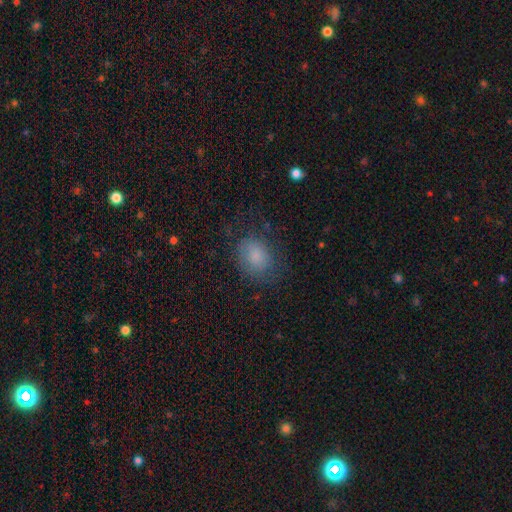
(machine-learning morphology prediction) The model was most divided on "how rounded": in between: 57%, round: 42%, cigar-shaped: 1%. More confident: smooth or featured — smooth (79%); merging — none (66%).